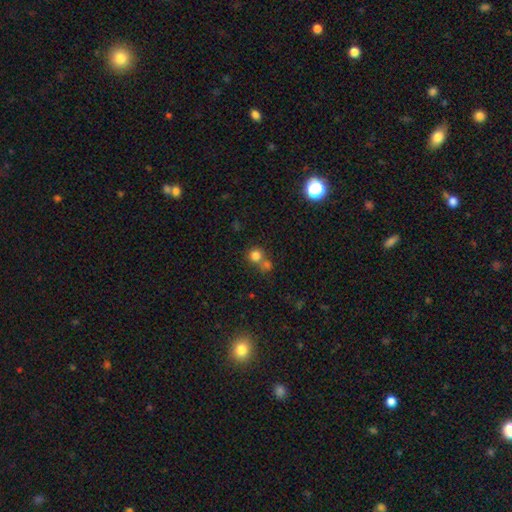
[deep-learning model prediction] A smooth galaxy with no disk features (79%) that is round (90%). Merging: none (51%).